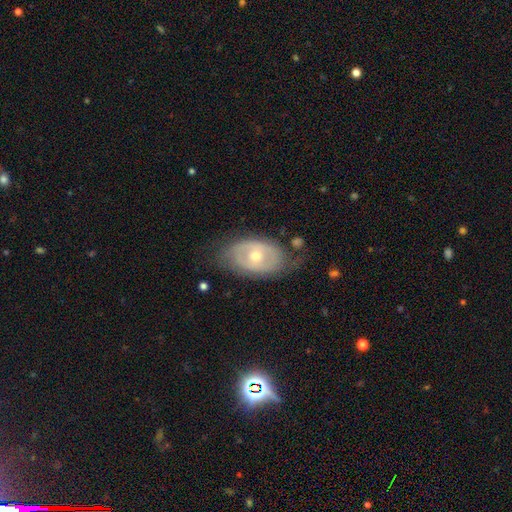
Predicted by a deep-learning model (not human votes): This is likely a featured or disk galaxy (63%). It is clearly not viewed edge-on (92%). Bar: likely no (67%). Spiral arm pattern: likely no (63%). Central bulge: possibly moderate (59%). Merging: likely none (65%).